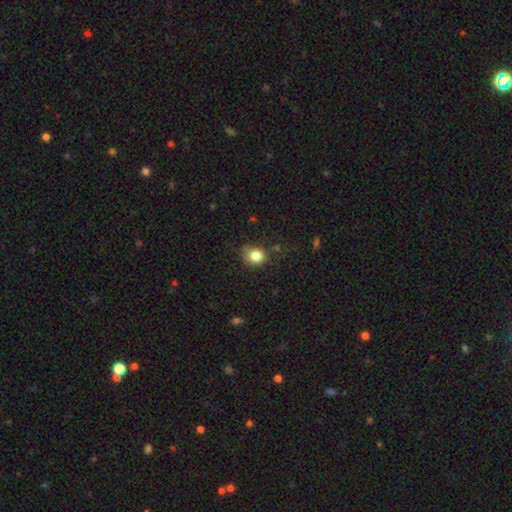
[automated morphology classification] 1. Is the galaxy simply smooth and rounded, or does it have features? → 82% smooth, 11% star or artifact, 7% featured or disk.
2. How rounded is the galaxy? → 70% round, 29% in between, 1% cigar-shaped.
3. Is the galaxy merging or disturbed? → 64% none, 25% minor disturbance, 8% major disturbance, 3% merger.